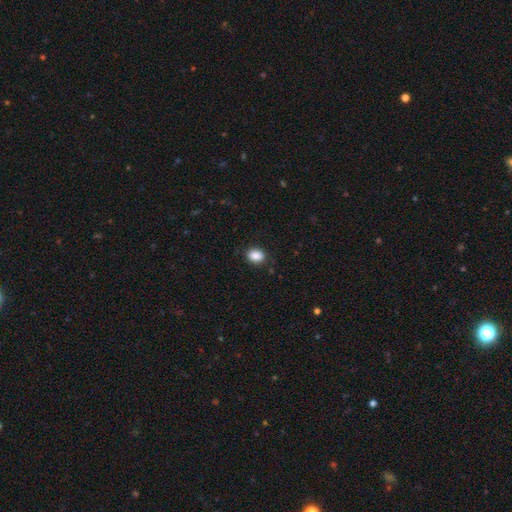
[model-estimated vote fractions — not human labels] This is clearly a smooth galaxy (88%). How rounded: likely in between (65%). Merging: clearly none (86%).